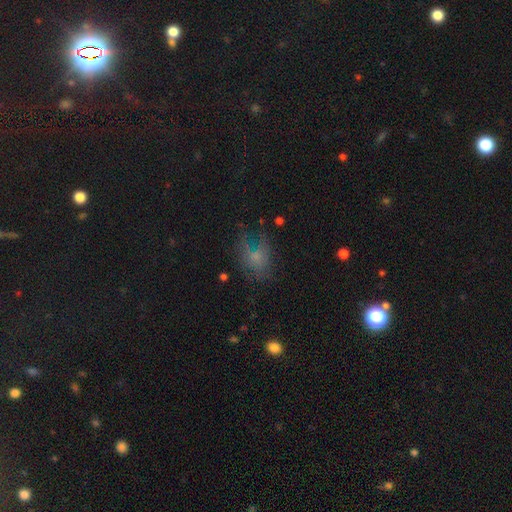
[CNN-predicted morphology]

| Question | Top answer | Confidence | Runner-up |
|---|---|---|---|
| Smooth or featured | smooth | 47% | featured or disk (35%) |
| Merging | none | 39% | major disturbance (34%) |